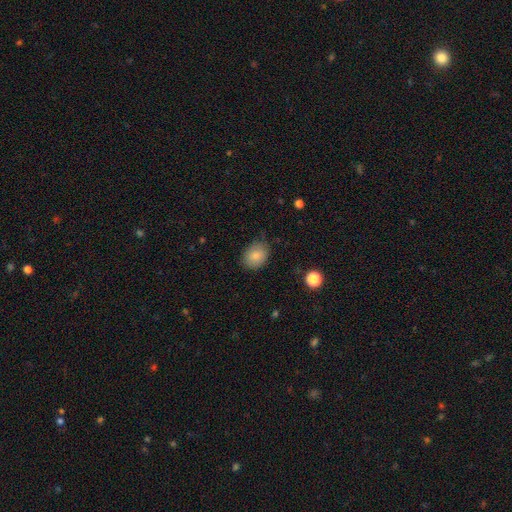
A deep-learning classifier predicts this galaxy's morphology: The model was most divided on "how rounded": in between: 63%, round: 36%, cigar-shaped: 1%. More confident: smooth or featured — smooth (85%); merging — none (77%).